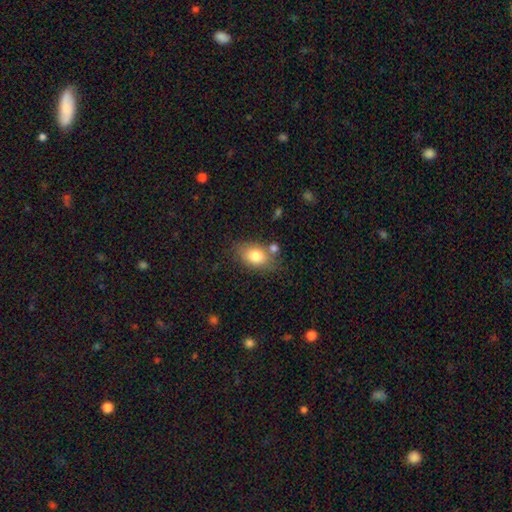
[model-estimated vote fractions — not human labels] Overall: smooth (79%). How rounded: in between (83%). Merging: none (64%).